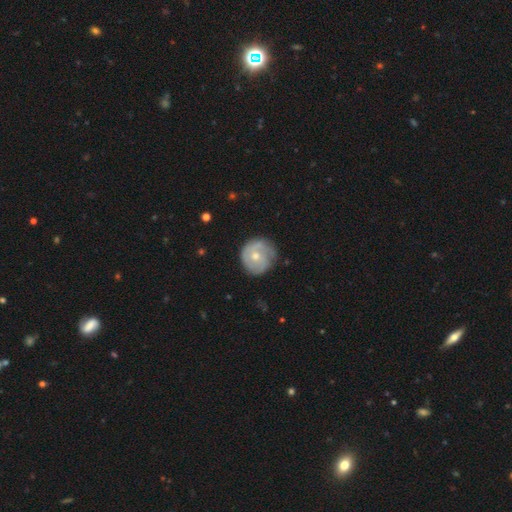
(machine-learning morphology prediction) The model was most divided on "bulge size": moderate: 58%, small: 37%, large: 2%, none: 1%, dominant: 1%. More confident: edge-on disk — no (98%); spiral arms — yes (80%); bar — no (79%); merging — none (67%); smooth or featured — featured or disk (63%).